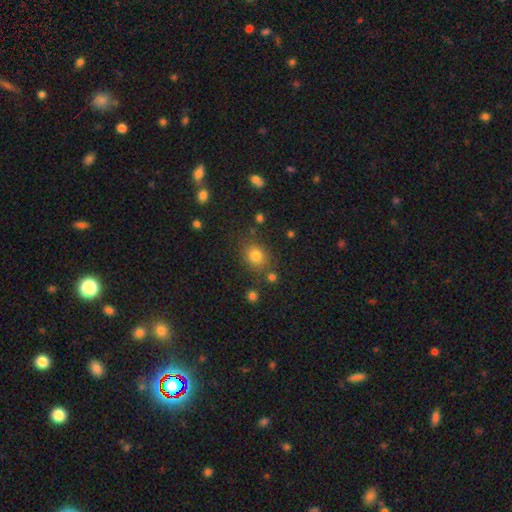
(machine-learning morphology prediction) Smooth or featured? Predicted: smooth (p=0.79). How rounded? Predicted: round (p=0.67). Merging? Predicted: none (p=0.78).